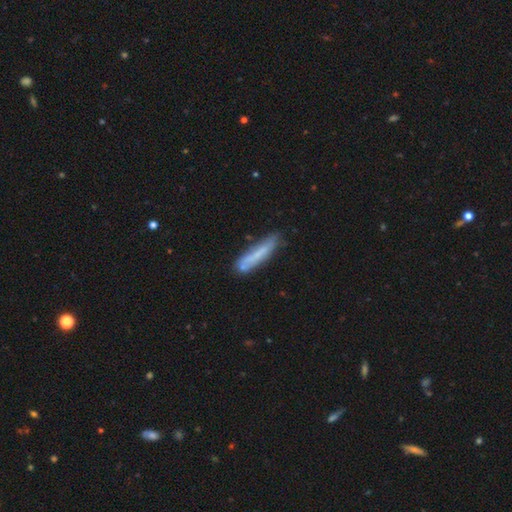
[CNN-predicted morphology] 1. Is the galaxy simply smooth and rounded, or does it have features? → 62% smooth, 30% featured or disk, 7% star or artifact.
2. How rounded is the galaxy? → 87% cigar-shaped, 11% in between, 1% round.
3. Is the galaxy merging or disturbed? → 66% none, 23% minor disturbance, 6% major disturbance, 6% merger.